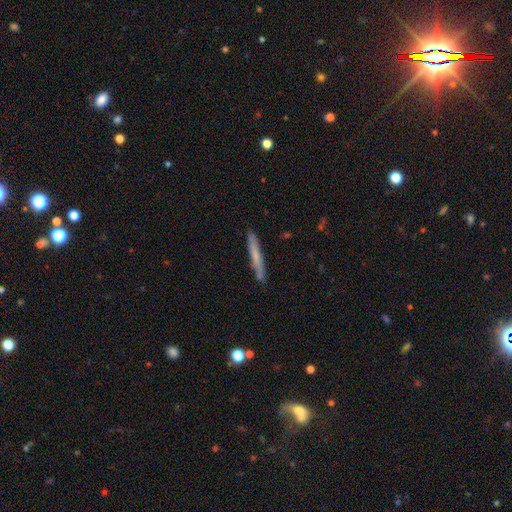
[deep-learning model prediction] Q: Smooth or featured?
A: smooth (59%); runner-up: featured or disk (35%)
Q: How rounded?
A: cigar-shaped (96%); runner-up: in between (2%)
Q: Merging?
A: none (88%); runner-up: minor disturbance (9%)